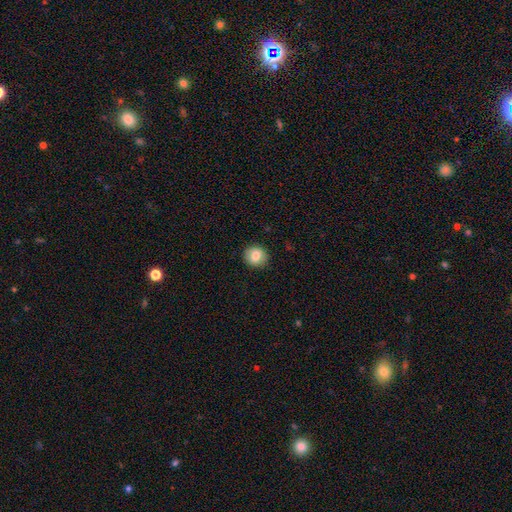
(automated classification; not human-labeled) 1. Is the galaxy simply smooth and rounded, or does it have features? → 81% smooth, 11% featured or disk, 8% star or artifact.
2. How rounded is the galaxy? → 86% round, 13% in between, 1% cigar-shaped.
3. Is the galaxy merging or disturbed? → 89% none, 8% minor disturbance, 2% major disturbance, 1% merger.